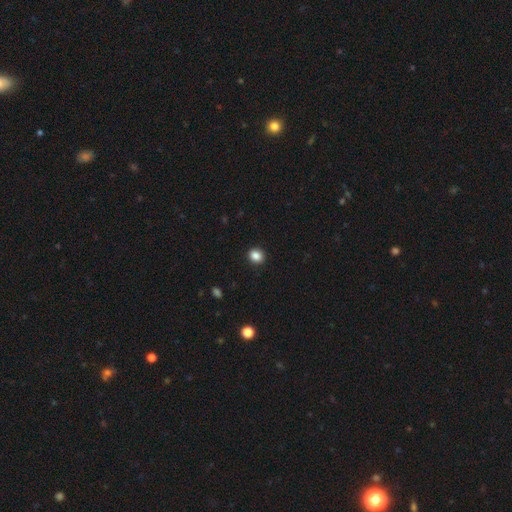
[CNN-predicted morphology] The model was most divided on "how rounded": round: 62%, in between: 37%, cigar-shaped: 1%. More confident: merging — none (91%); smooth or featured — smooth (86%).